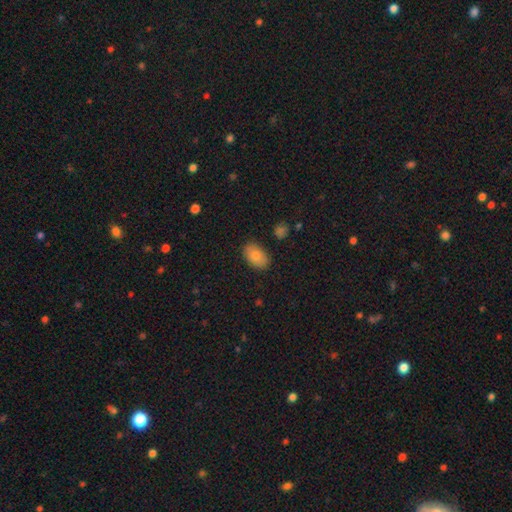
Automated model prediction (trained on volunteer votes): Smooth or featured? Predicted: smooth (p=0.82). How rounded? Predicted: in between (p=0.90). Merging? Predicted: none (p=0.83).